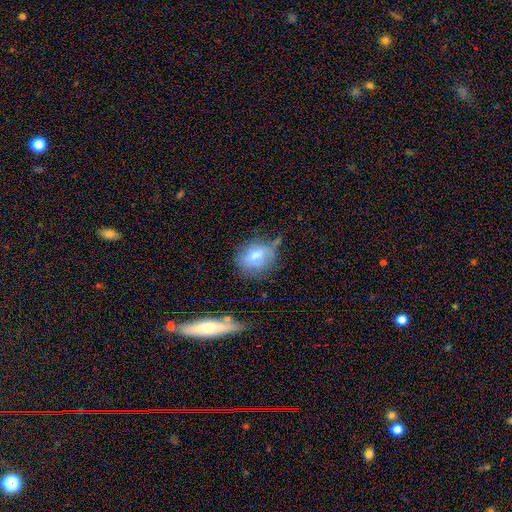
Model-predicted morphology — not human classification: smooth 63%, featured or disk 28%, star or artifact 9%. Down the decision tree: how rounded — in between (61%); merging — none (49%).